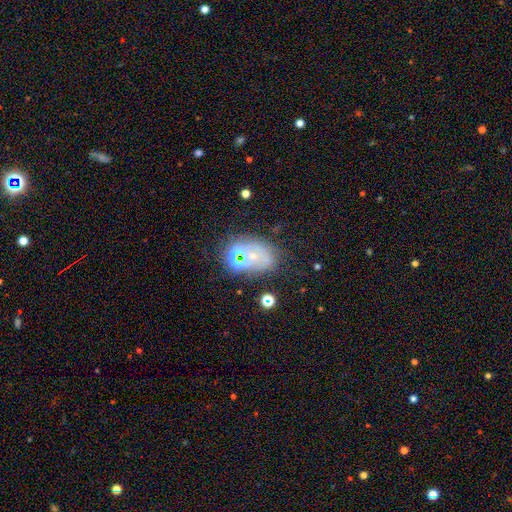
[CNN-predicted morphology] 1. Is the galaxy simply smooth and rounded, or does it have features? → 37% star or artifact, 33% smooth, 30% featured or disk.